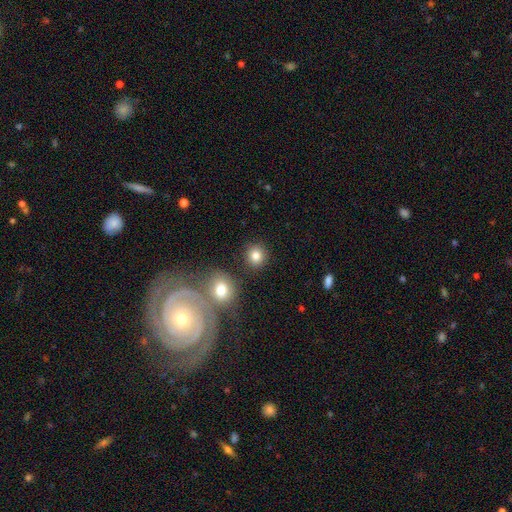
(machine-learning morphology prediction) smooth-or-featured: smooth: 82% | star or artifact: 11% | featured or disk: 7%
  how-rounded: round: 88% | in between: 11% | cigar-shaped: 1%
  merging: none: 85% | minor disturbance: 7% | merger: 5% | major disturbance: 3%